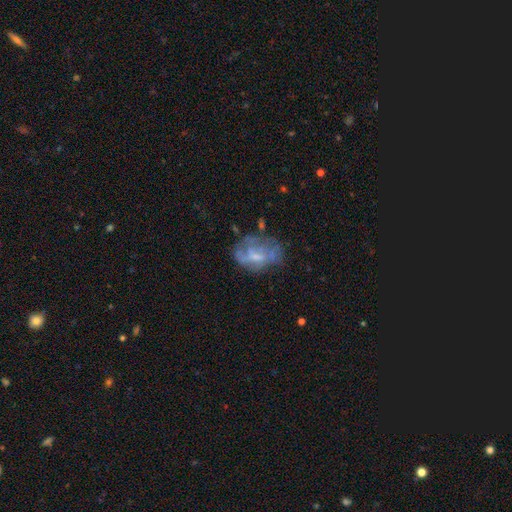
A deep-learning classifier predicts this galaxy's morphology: Overall: featured or disk (58%; smooth 31%). Edge-on disk: no (97%). Bar: no (59%; weak 34%). Spiral arms: no (69%; yes 31%). Bulge size: small (34%; moderate 31%). Merging: none (45%; minor disturbance 25%).